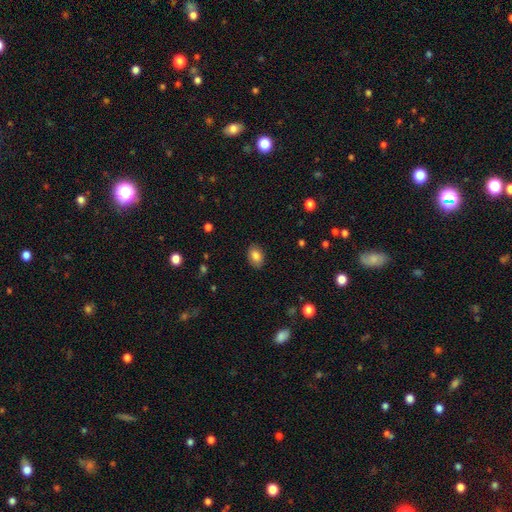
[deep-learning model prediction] smooth 84%, star or artifact 9%, featured or disk 8%. Down the decision tree: how rounded — in between (79%); merging — none (87%).